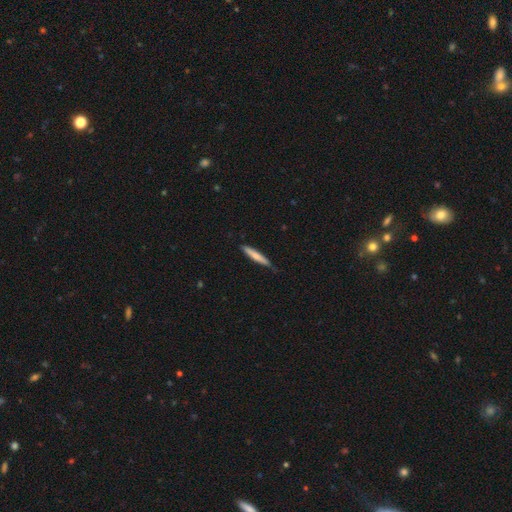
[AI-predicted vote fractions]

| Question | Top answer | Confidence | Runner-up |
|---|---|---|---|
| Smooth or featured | smooth | 68% | featured or disk (27%) |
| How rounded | cigar-shaped | 94% | in between (5%) |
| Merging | none | 81% | minor disturbance (16%) |